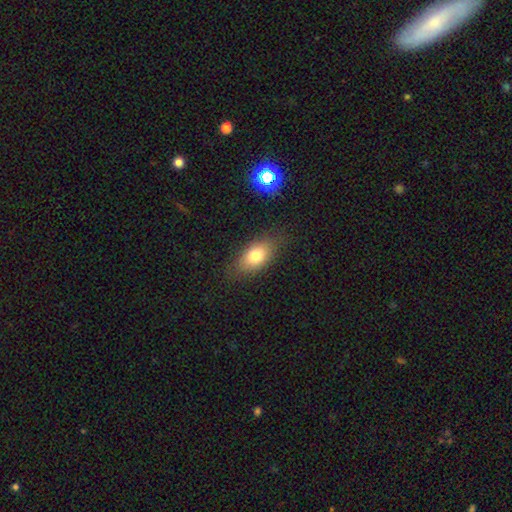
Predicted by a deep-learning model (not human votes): The model was most divided on "smooth or featured": smooth: 76%, featured or disk: 15%, star or artifact: 9%. More confident: how rounded — in between (86%); merging — none (81%).